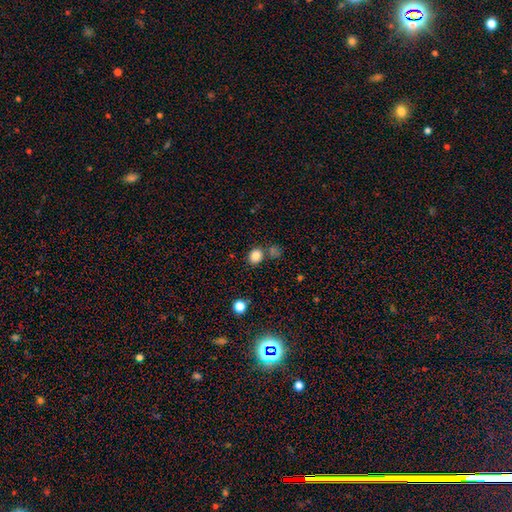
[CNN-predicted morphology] Overall: smooth (83%). How rounded: round (72%). Merging: none (76%).